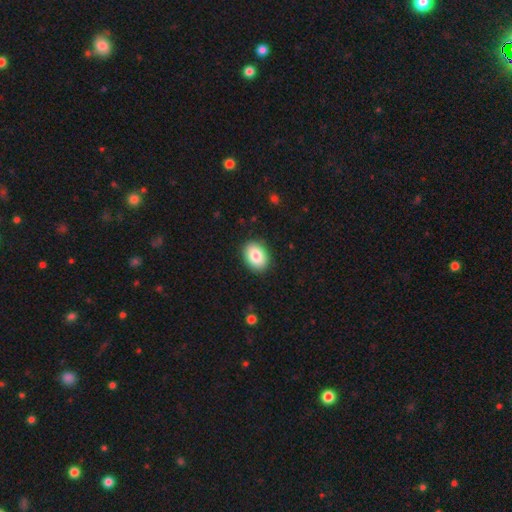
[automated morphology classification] type=smooth (84%); roundness=in between (80%); merging=none (89%).